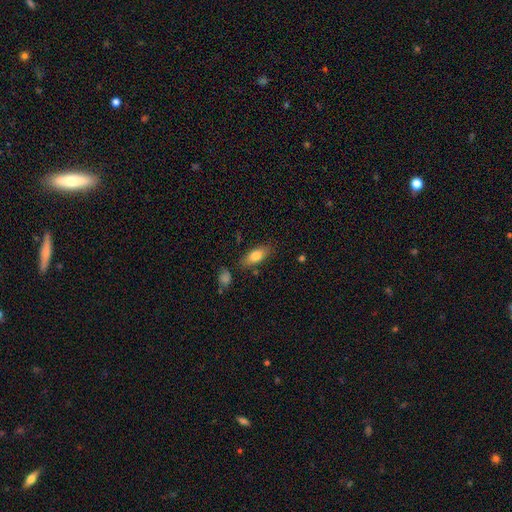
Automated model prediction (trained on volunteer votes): A smooth galaxy with no disk features (77%) that is in between round and cigar-shaped (81%). Merging: none (80%).